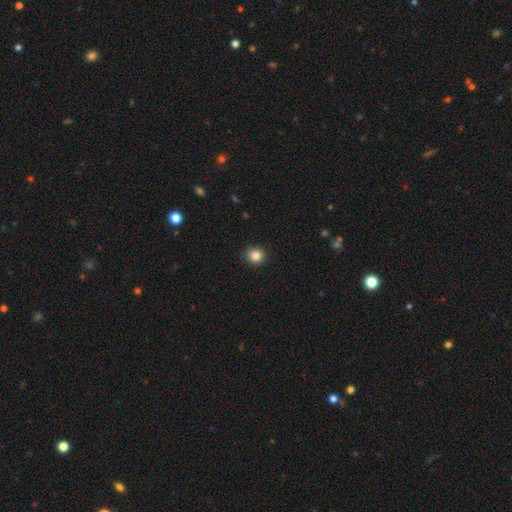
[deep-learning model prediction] Overall: smooth (85%). How rounded: round (87%). Merging: none (88%).